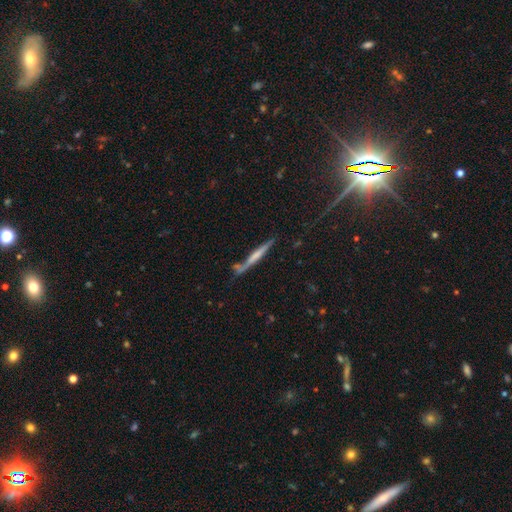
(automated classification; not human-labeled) Smooth or featured?
  - featured or disk: 52% *
  - smooth: 40%
  - star or artifact: 7%
Edge-on disk?
  - yes: 94% *
  - no: 6%
Merging?
  - none: 67% *
  - minor disturbance: 17%
  - merger: 10%
  - major disturbance: 5%